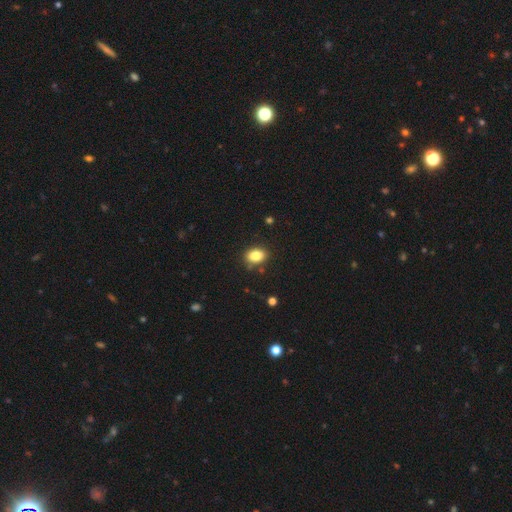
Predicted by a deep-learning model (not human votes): smooth_or_featured: smooth (p=0.86) [alt: star or artifact p=0.09]
how_rounded: in between (p=0.77) [alt: round p=0.21]
merging: none (p=0.83) [alt: minor disturbance p=0.12]